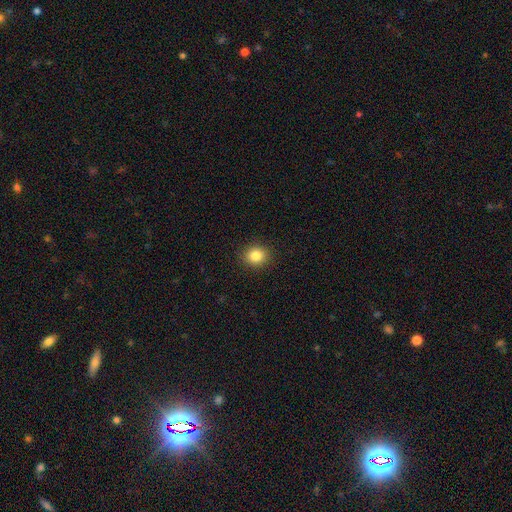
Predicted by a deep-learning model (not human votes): smooth_or_featured: smooth (p=0.84) [alt: star or artifact p=0.10]
how_rounded: round (p=0.75) [alt: in between p=0.24]
merging: none (p=0.91) [alt: minor disturbance p=0.06]